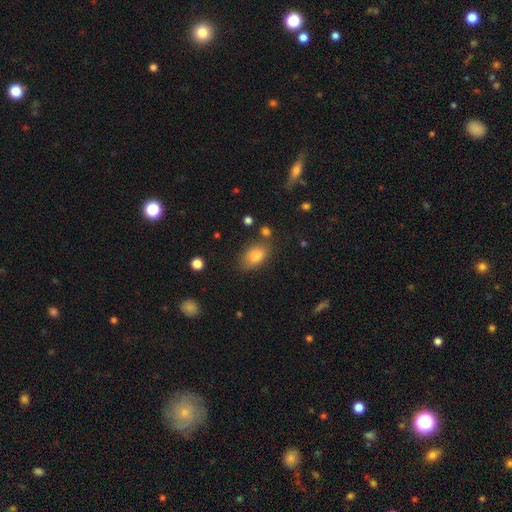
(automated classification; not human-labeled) Q: Smooth or featured?
A: smooth (82%); runner-up: featured or disk (9%)
Q: How rounded?
A: in between (87%); runner-up: round (11%)
Q: Merging?
A: none (76%); runner-up: minor disturbance (15%)